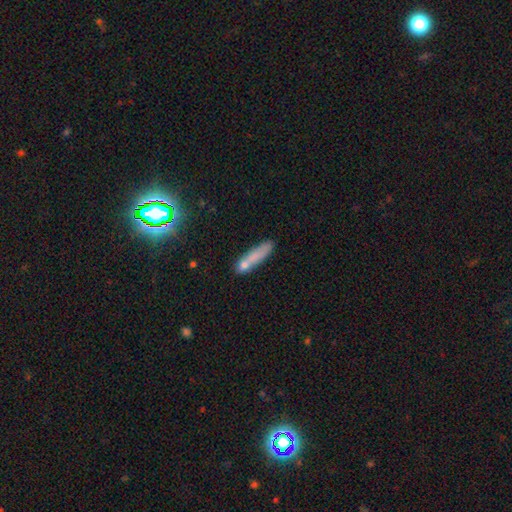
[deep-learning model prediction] smooth_or_featured: smooth (p=0.72) [alt: featured or disk p=0.19]
how_rounded: cigar-shaped (p=0.77) [alt: in between p=0.20]
merging: none (p=0.51) [alt: minor disturbance p=0.20]